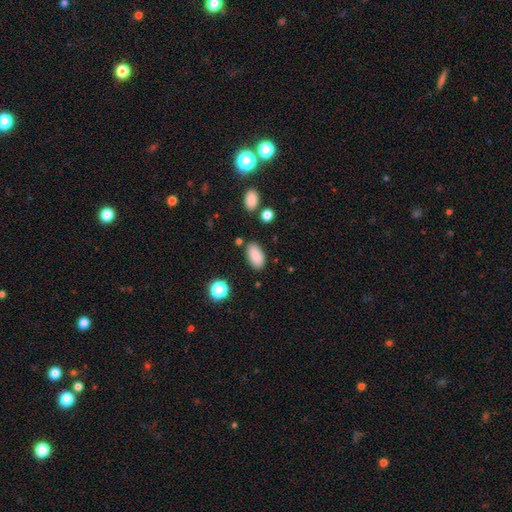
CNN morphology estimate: type=smooth (87%); roundness=in between (93%); merging=none (83%).